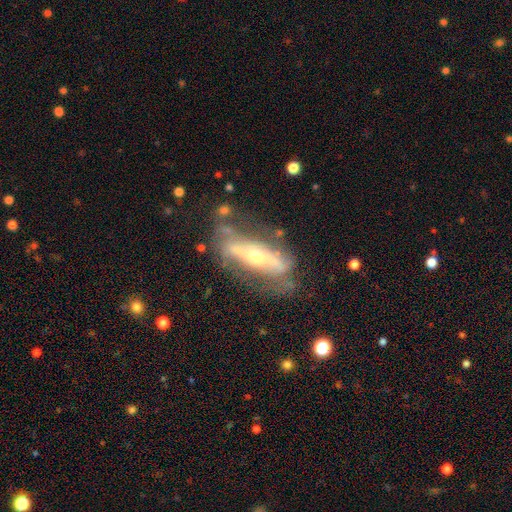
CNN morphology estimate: smooth-or-featured: featured or disk: 75% | smooth: 19% | star or artifact: 6%
  disk-edge-on: no: 55% | yes: 45%
  merging: none: 59% | minor disturbance: 21% | major disturbance: 15% | merger: 5%